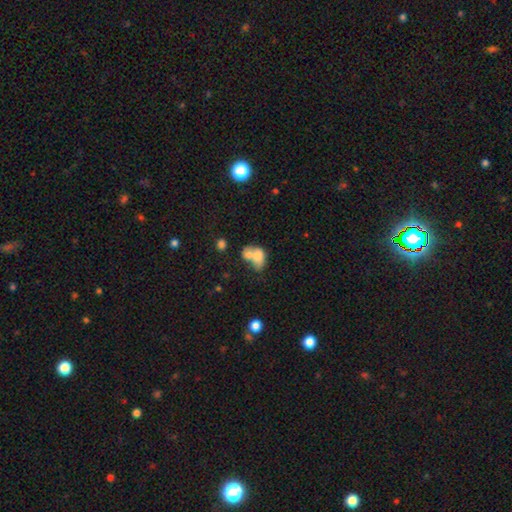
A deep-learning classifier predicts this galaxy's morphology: type=smooth (69%); roundness=in between (76%); merging=merger (65%).